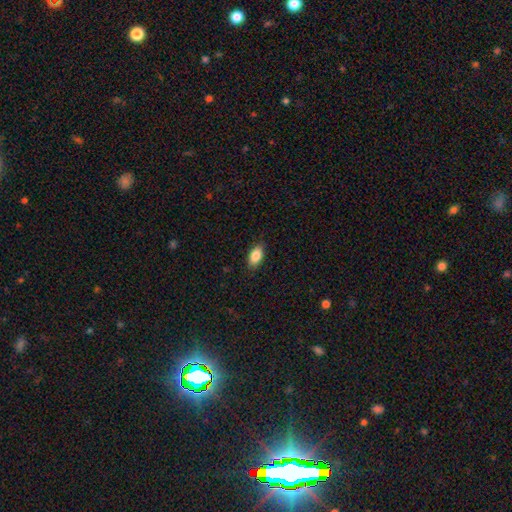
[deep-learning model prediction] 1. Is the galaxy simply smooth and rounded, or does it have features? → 86% smooth, 7% star or artifact, 7% featured or disk.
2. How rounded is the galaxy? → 91% in between, 4% round, 4% cigar-shaped.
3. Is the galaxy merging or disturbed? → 85% none, 11% minor disturbance, 2% major disturbance, 1% merger.